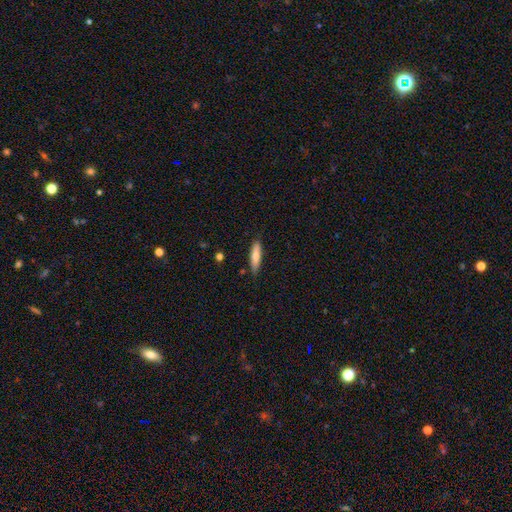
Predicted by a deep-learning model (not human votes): Morphology: type=smooth (71%); roundness=cigar-shaped (77%); merging=none (84%).